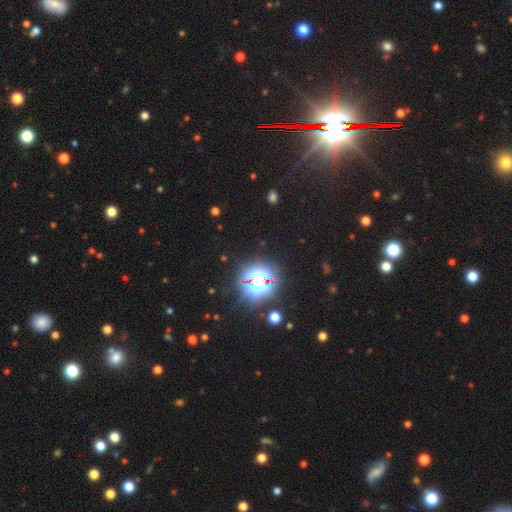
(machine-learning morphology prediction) smooth-or-featured: star or artifact: 83% | smooth: 10% | featured or disk: 7%